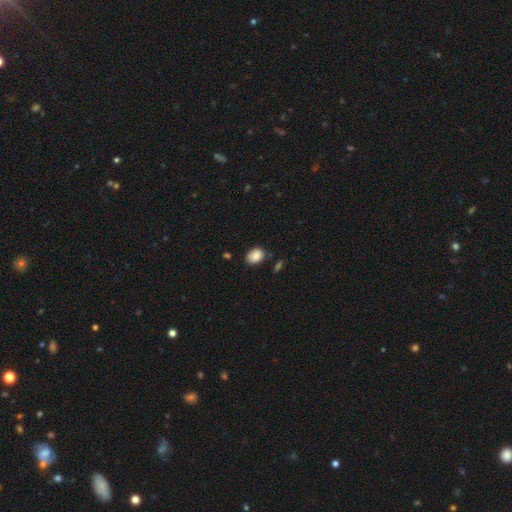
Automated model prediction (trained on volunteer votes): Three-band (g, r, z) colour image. It shows a smooth galaxy with no disk features (87%) that is in between round and cigar-shaped (73%). Merging: none (78%).